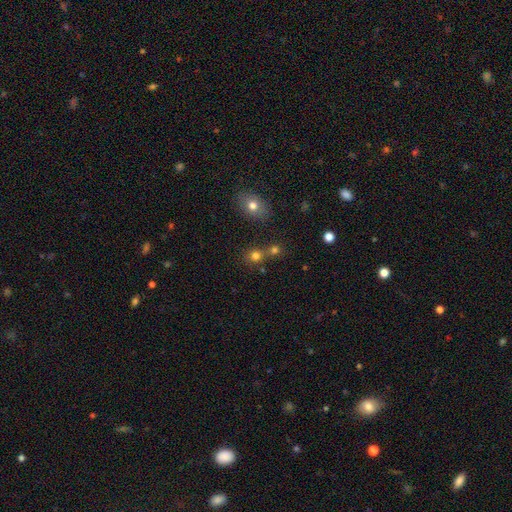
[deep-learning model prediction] smooth 77%, star or artifact 16%, featured or disk 8%. Down the decision tree: how rounded — round (82%); merging — none (58%).